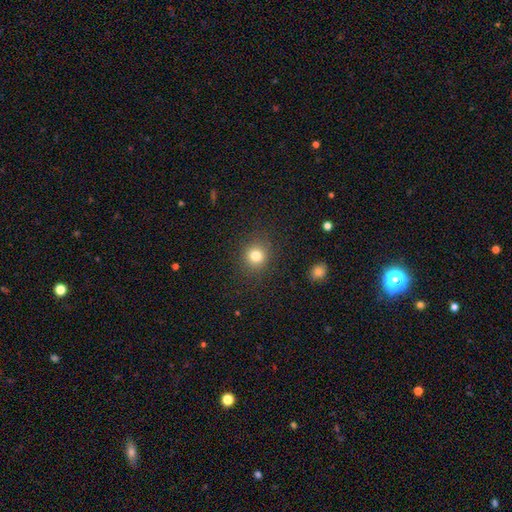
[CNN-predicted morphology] Overall: smooth (81%). How rounded: round (85%). Merging: none (87%).